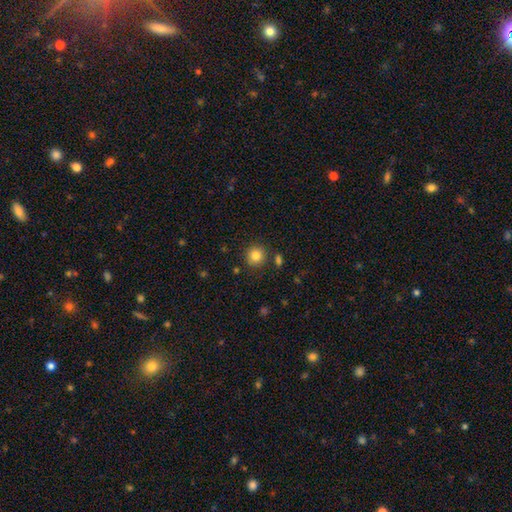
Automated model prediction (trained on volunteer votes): Morphology: type=smooth (84%); roundness=round (91%); merging=none (86%).